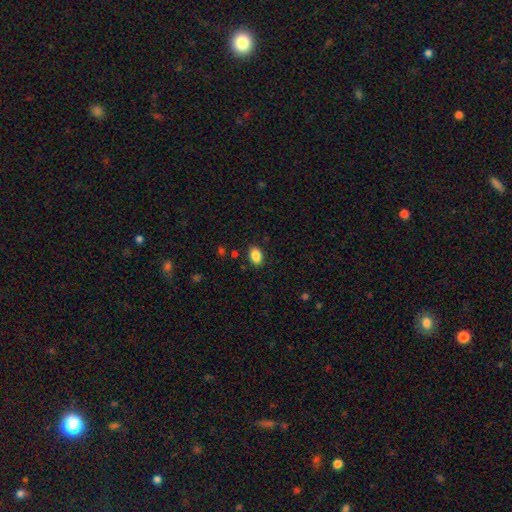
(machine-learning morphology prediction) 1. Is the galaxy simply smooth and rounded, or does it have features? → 88% smooth, 8% star or artifact, 4% featured or disk.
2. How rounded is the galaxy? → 84% in between, 14% round, 1% cigar-shaped.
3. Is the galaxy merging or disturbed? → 88% none, 9% minor disturbance, 2% major disturbance, 1% merger.